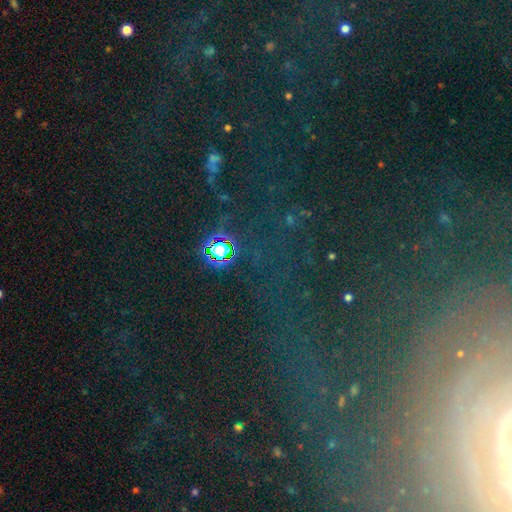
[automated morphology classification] smooth-or-featured: star or artifact: 59% | featured or disk: 24% | smooth: 17%